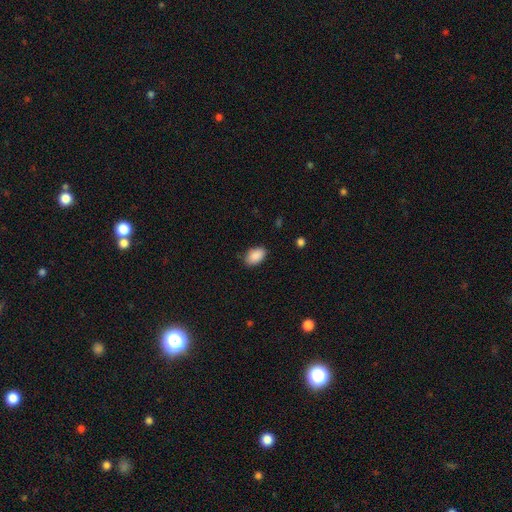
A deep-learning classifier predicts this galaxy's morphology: The model was most divided on "merging": none: 82%, minor disturbance: 14%, major disturbance: 3%, merger: 1%. More confident: how rounded — in between (90%); smooth or featured — smooth (89%).